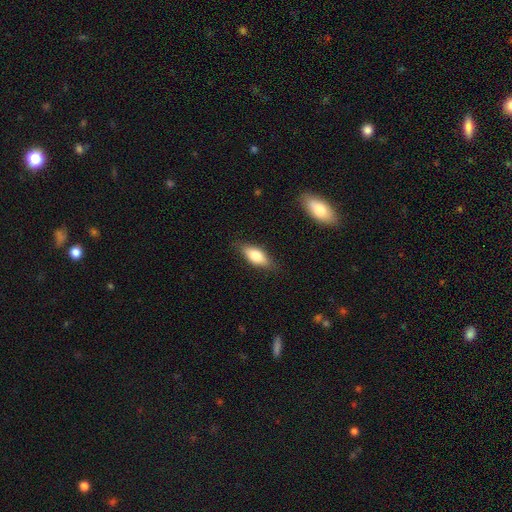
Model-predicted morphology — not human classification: This is likely a smooth galaxy (73%). How rounded: likely in between (80%). Merging: clearly none (81%).